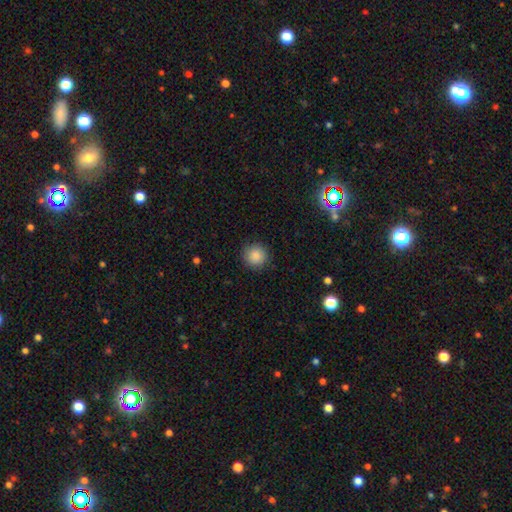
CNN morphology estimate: This appears to be a smooth galaxy with no disk features (87%) that is round (94%). Merging: none (90%).